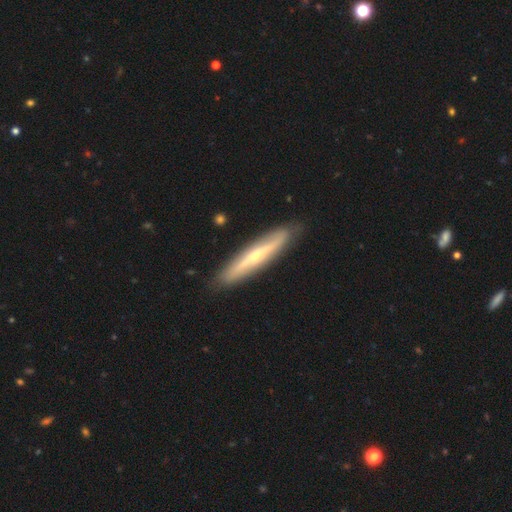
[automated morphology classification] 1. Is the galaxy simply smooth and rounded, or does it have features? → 69% featured or disk, 27% smooth, 5% star or artifact.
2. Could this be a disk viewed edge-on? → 80% yes, 20% no.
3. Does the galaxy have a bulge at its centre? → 85% rounded, 13% none, 3% boxy.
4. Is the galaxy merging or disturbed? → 87% none, 10% minor disturbance, 2% major disturbance, 1% merger.